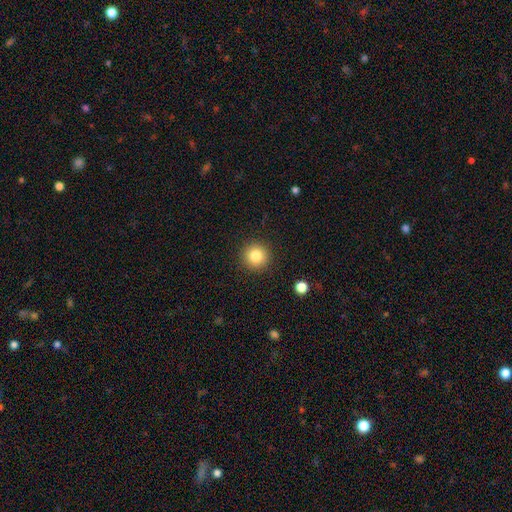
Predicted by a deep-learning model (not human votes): A smooth galaxy with no disk features (82%) that is round (95%). Merging: none (91%).